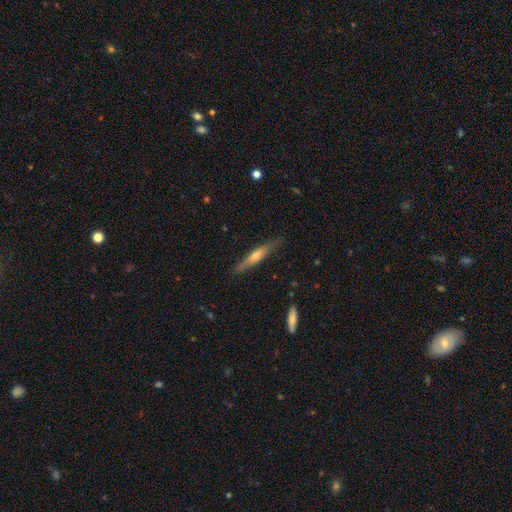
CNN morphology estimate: Smooth or featured? featured or disk (57%)
Edge-on disk? yes (94%)
Edge-on bulge? rounded (78%)
Merging? none (85%)